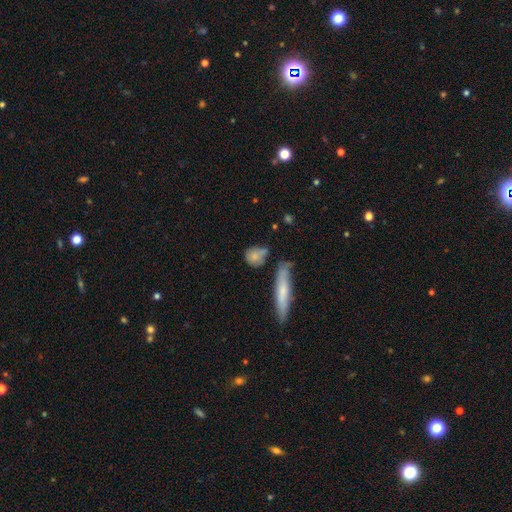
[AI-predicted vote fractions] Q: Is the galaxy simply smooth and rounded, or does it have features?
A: smooth — 74%.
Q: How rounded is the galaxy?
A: round — 41%.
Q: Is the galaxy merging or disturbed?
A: none — 52%.